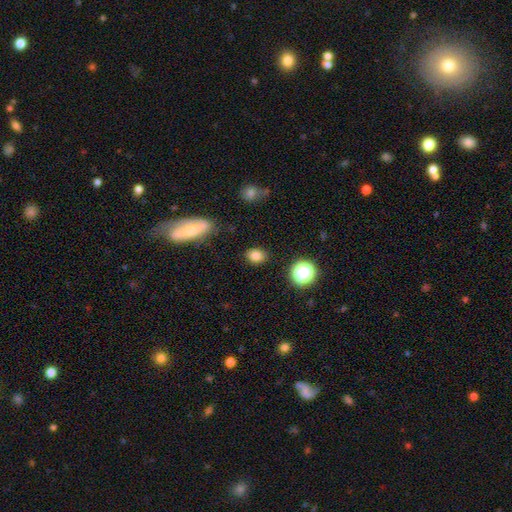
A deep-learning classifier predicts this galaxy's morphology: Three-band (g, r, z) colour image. It shows a smooth galaxy with no disk features (81%) that is in between round and cigar-shaped (53%). Merging: none (86%).